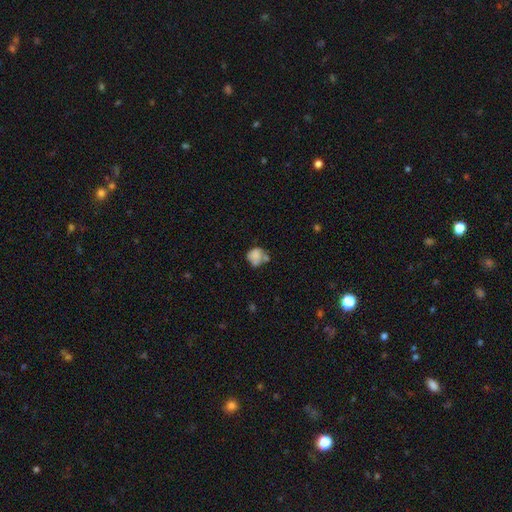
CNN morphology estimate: smooth-or-featured: smooth: 71% | featured or disk: 19% | star or artifact: 10%
  how-rounded: round: 67% | in between: 32% | cigar-shaped: 1%
  merging: none: 38% | merger: 25% | minor disturbance: 24% | major disturbance: 13%